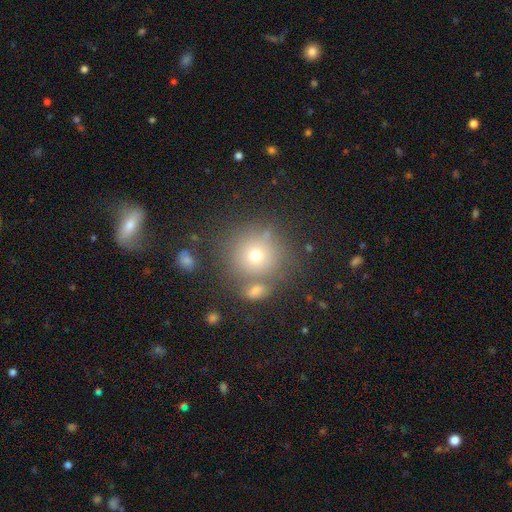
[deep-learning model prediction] Smooth or featured: smooth — 69% (star or artifact — 16%)
How rounded: round — 92% (in between — 7%)
Merging: none — 70% (merger — 14%)